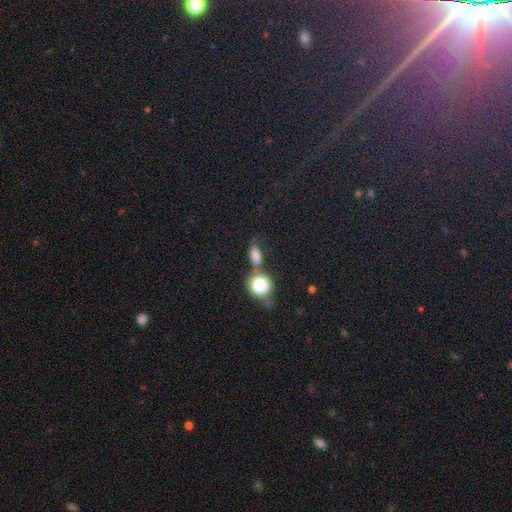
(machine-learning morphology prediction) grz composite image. It shows a smooth galaxy with no disk features (77%) that is in between round and cigar-shaped (68%). Merging: none (42%).